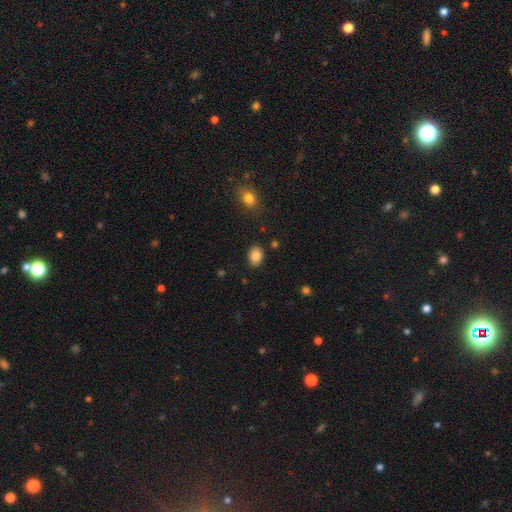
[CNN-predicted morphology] This appears to be a smooth galaxy with no disk features (85%) that is in between round and cigar-shaped (73%). Merging: none (87%).